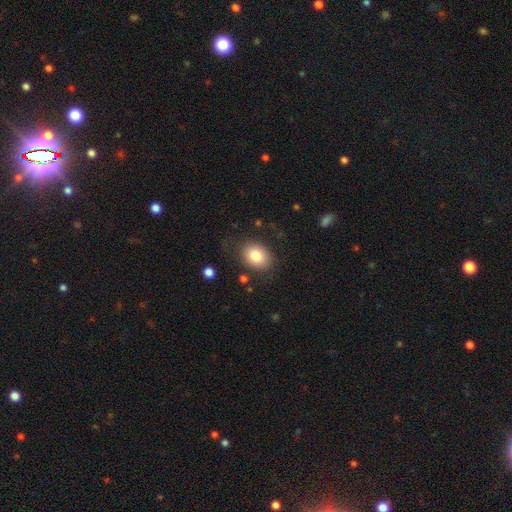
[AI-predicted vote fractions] A smooth galaxy with no disk features (82%) that is in between round and cigar-shaped (56%). Merging: none (81%).